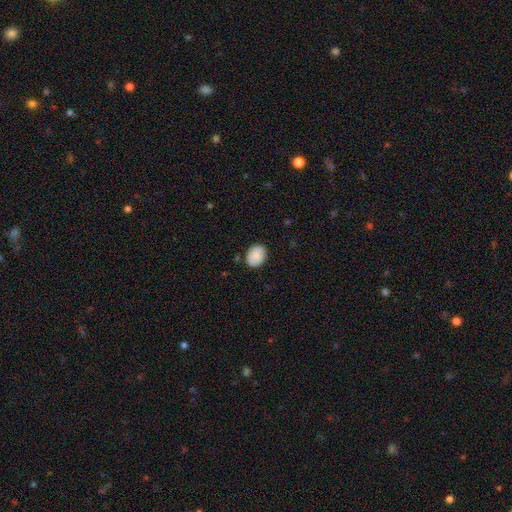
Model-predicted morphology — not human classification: This appears to be a smooth galaxy with no disk features (84%) that is in between round and cigar-shaped (59%). Merging: none (81%).